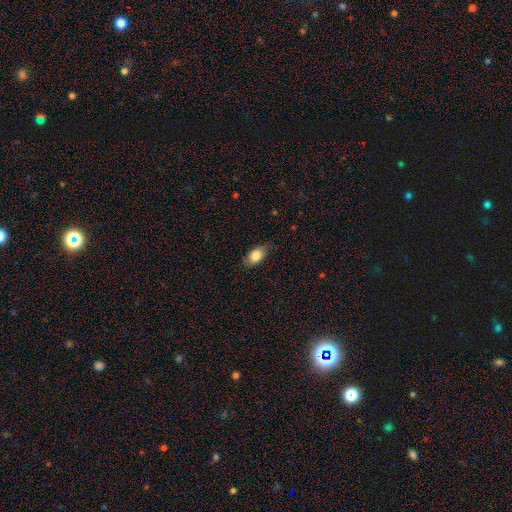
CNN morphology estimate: A smooth galaxy with no disk features (79%) that is in between round and cigar-shaped (88%).

Vote fractions:
- Smooth or featured? smooth: 79% / featured or disk: 14% / star or artifact: 7%
- How rounded? in between: 88% / round: 8% / cigar-shaped: 4%
- Merging? none: 73% / minor disturbance: 21% / major disturbance: 4% / merger: 1%